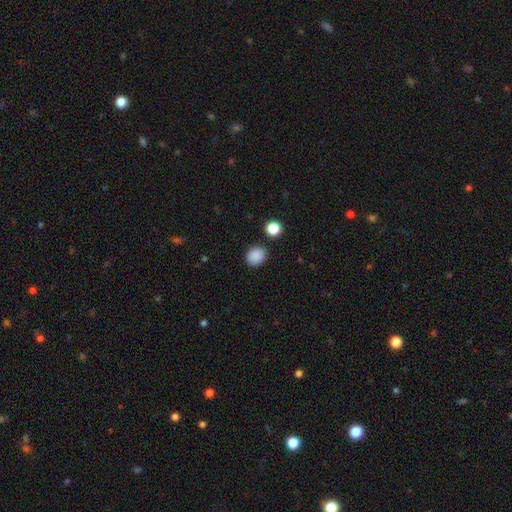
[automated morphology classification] smooth-or-featured: smooth: 87% | star or artifact: 10% | featured or disk: 3%
  how-rounded: round: 65% | in between: 34% | cigar-shaped: 1%
  merging: none: 86% | minor disturbance: 9% | merger: 3% | major disturbance: 2%